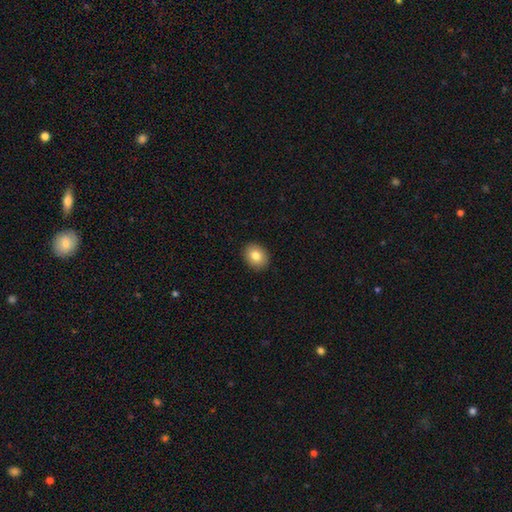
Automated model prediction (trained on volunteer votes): A smooth galaxy with no disk features (82%) that is round (54%). Merging: none (91%).